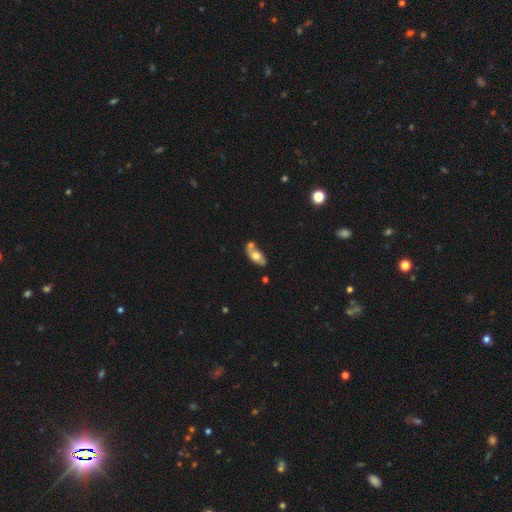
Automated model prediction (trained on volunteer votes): Morphology: type=smooth (55%); roundness=in between (84%); merging=none (40%).